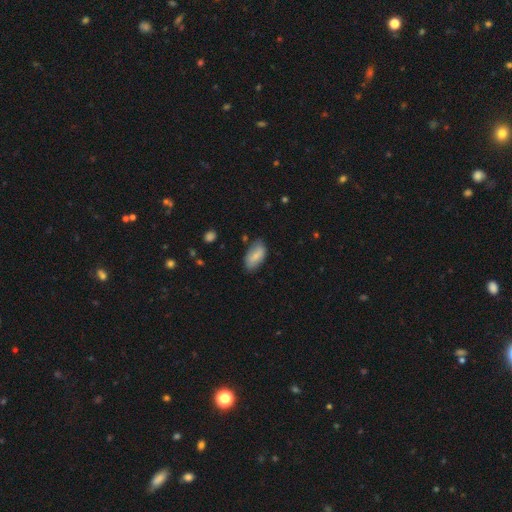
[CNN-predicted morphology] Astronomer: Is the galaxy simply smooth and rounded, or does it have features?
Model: smooth — 79%.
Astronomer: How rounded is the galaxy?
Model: in between — 93%.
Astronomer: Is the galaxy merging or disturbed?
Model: none — 72%.